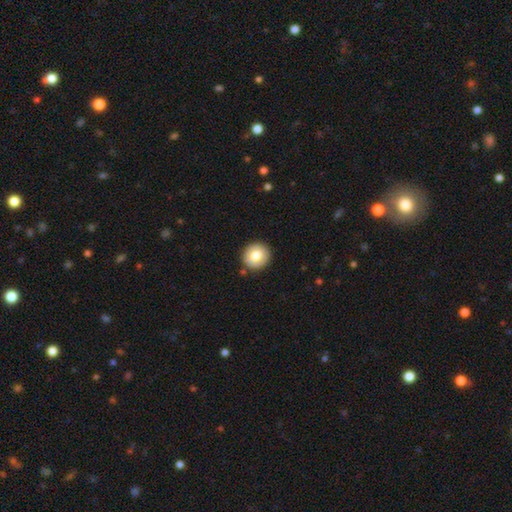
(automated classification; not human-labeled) Morphology: type=smooth (77%); roundness=round (91%); merging=none (90%).